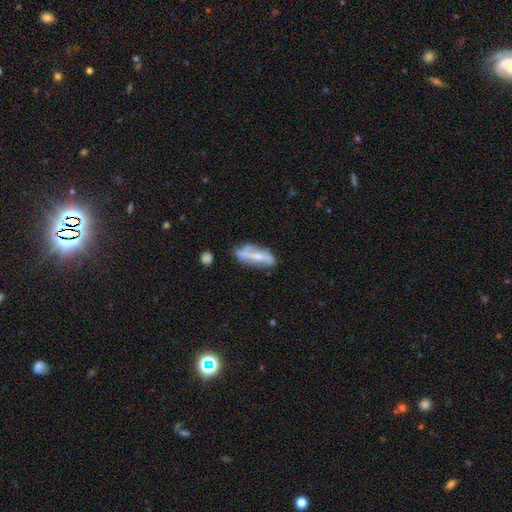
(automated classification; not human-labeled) Morphology: type=featured or disk (64%); edge-on=no (79%); bar=strong (40%); spiral arms=yes (79%); bulge=small (55%); merging=none (66%).